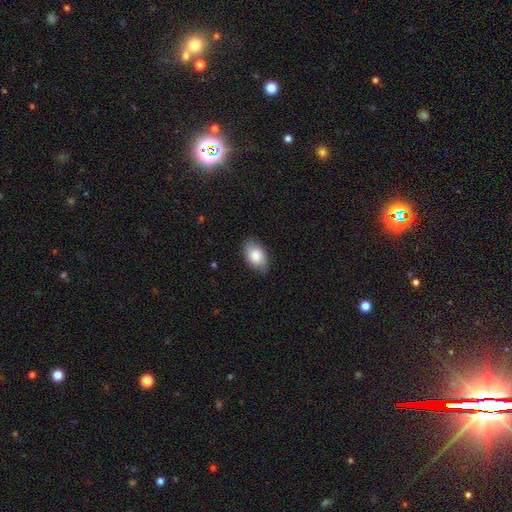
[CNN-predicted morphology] Q: Smooth or featured?
A: smooth (78%); runner-up: featured or disk (16%)
Q: How rounded?
A: in between (92%); runner-up: round (7%)
Q: Merging?
A: none (82%); runner-up: minor disturbance (14%)